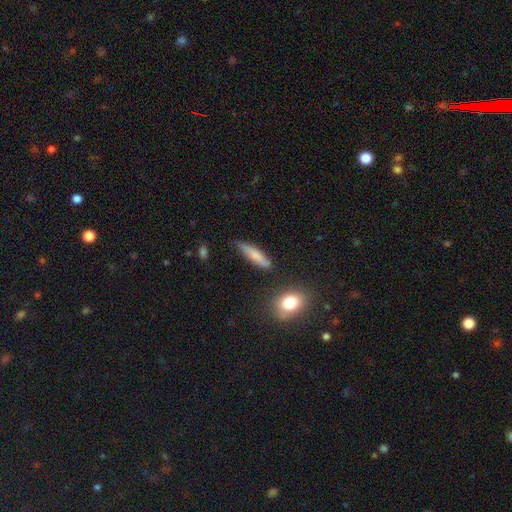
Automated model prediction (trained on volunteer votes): Overall: smooth (68%). How rounded: cigar-shaped (82%). Merging: none (72%).